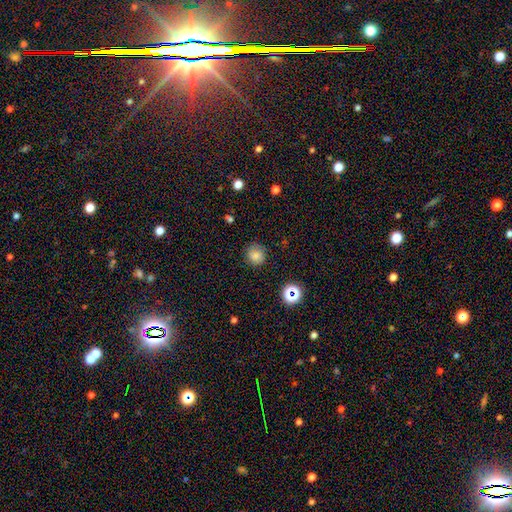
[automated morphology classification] A smooth galaxy with no disk features (79%) that is round (90%). Merging: none (84%).